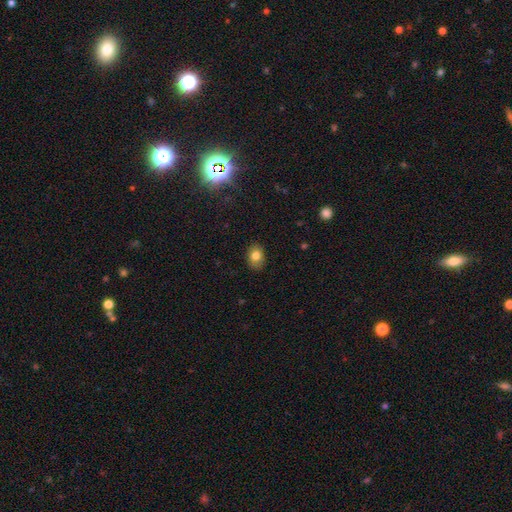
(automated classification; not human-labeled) A smooth galaxy with no disk features (80%) that is in between round and cigar-shaped (71%).

Vote fractions:
- Smooth or featured? smooth: 80% / featured or disk: 10% / star or artifact: 9%
- How rounded? in between: 71% / round: 28% / cigar-shaped: 1%
- Merging? none: 85% / minor disturbance: 11% / major disturbance: 2% / merger: 1%